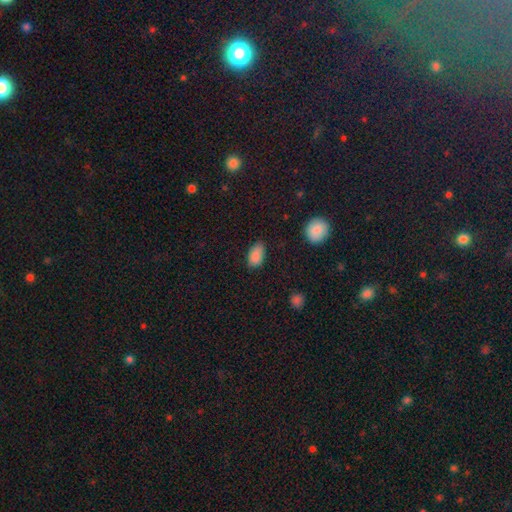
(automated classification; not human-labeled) Smooth or featured? Predicted: smooth (p=0.87). How rounded? Predicted: in between (p=0.92). Merging? Predicted: none (p=0.78).